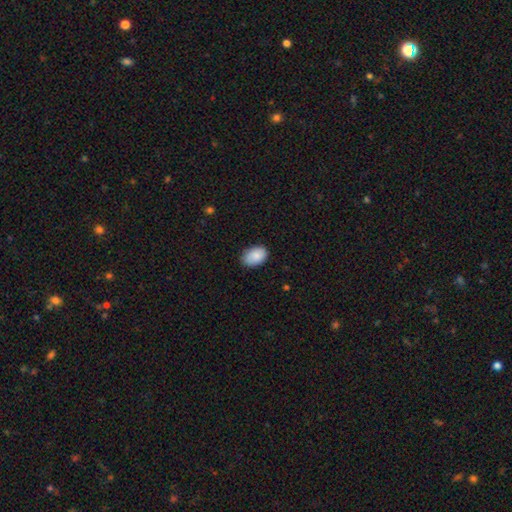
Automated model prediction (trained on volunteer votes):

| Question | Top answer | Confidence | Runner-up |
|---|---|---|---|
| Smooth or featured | smooth | 88% | star or artifact (6%) |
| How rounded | in between | 90% | round (9%) |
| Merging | none | 82% | minor disturbance (14%) |